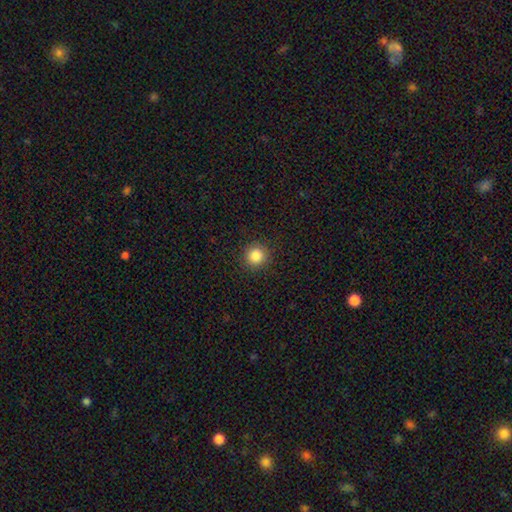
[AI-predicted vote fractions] smooth 85%, star or artifact 11%, featured or disk 4%. Down the decision tree: how rounded — round (94%); merging — none (92%).